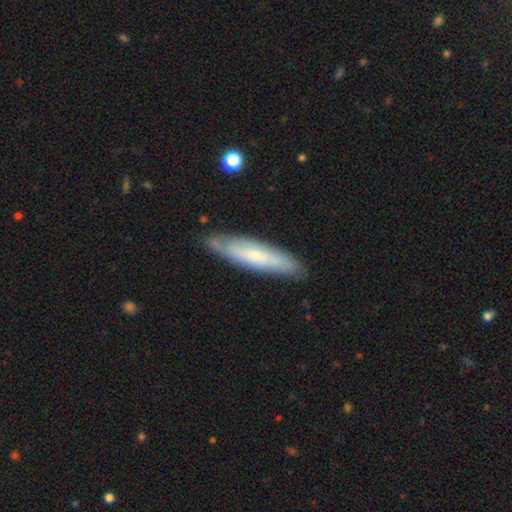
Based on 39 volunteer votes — Smooth or featured: smooth — 49% (featured or disk — 44%)
How rounded: cigar-shaped — 68% (round — 16%)
Merging: none — 78% (minor disturbance — 11%)